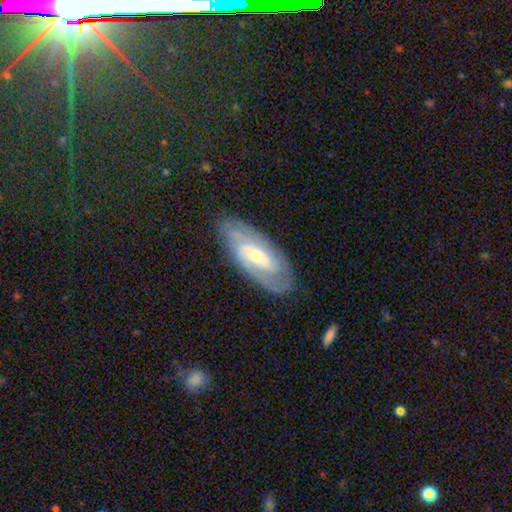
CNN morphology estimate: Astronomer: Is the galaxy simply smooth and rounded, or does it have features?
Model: featured or disk — 76%.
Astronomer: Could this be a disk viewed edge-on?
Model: no — 91%.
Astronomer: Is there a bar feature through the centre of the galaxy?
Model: weak — 42% (runner-up: no, 32%).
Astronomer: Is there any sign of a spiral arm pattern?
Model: yes — 88%.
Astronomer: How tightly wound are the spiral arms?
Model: tight — 49% (runner-up: medium, 38%).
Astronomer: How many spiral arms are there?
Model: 2 — 56%.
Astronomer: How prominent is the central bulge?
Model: small — 61%.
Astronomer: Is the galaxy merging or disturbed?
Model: none — 79%.